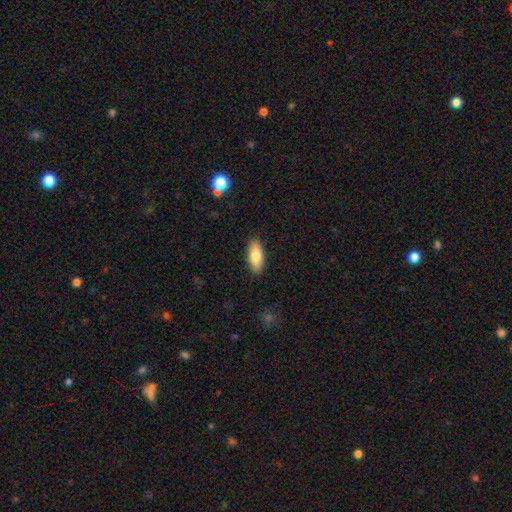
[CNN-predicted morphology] Smooth or featured? Predicted: smooth (p=0.80). How rounded? Predicted: in between (p=0.82). Merging? Predicted: none (p=0.89).